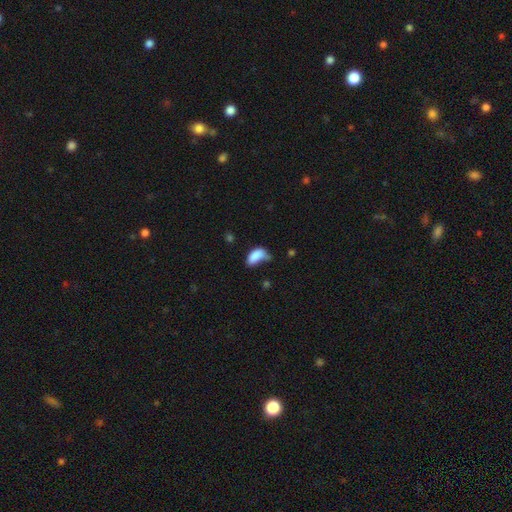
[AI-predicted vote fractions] Smooth or featured?
  - smooth: 82% *
  - featured or disk: 9%
  - star or artifact: 8%
How rounded?
  - in between: 91% *
  - cigar-shaped: 5%
  - round: 4%
Merging?
  - minor disturbance: 35% *
  - none: 32%
  - major disturbance: 22%
  - merger: 11%